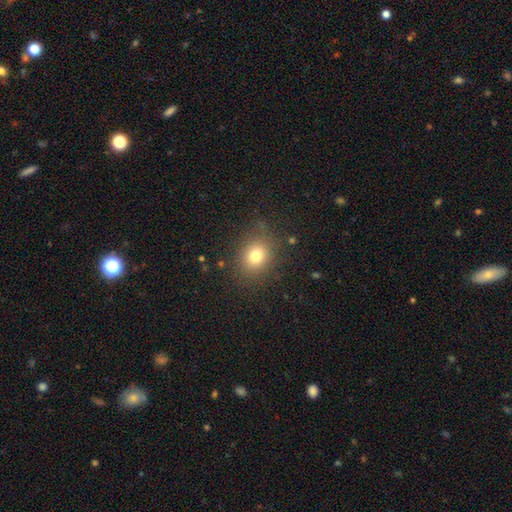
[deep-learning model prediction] Morphology: type=smooth (77%); roundness=round (68%); merging=none (84%).